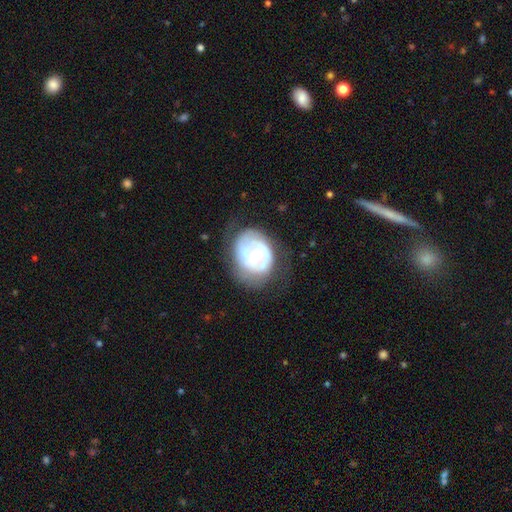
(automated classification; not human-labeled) A featured or disk galaxy (65%) with no bar (63%), no spiral arms (59%) and a moderate central bulge (71%). Merging: none (59%).